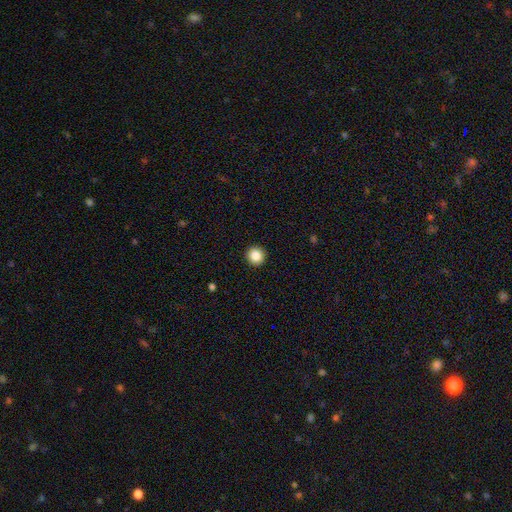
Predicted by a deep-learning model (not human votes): Smooth or featured? Predicted: smooth (p=0.86). How rounded? Predicted: round (p=0.93). Merging? Predicted: none (p=0.93).